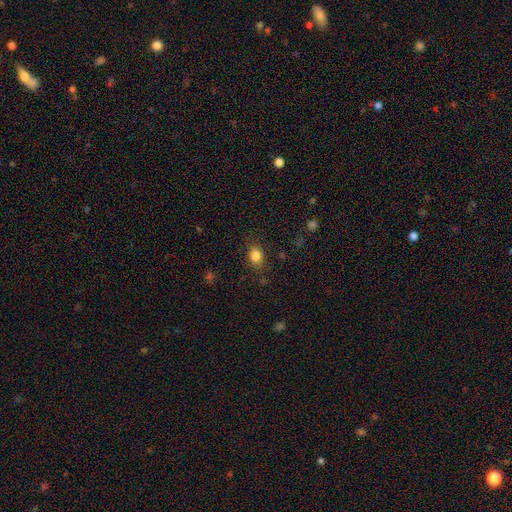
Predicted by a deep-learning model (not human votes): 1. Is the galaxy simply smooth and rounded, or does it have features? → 83% smooth, 11% star or artifact, 6% featured or disk.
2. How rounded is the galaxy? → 60% in between, 39% round, 1% cigar-shaped.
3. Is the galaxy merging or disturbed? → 82% none, 12% minor disturbance, 4% major disturbance, 1% merger.